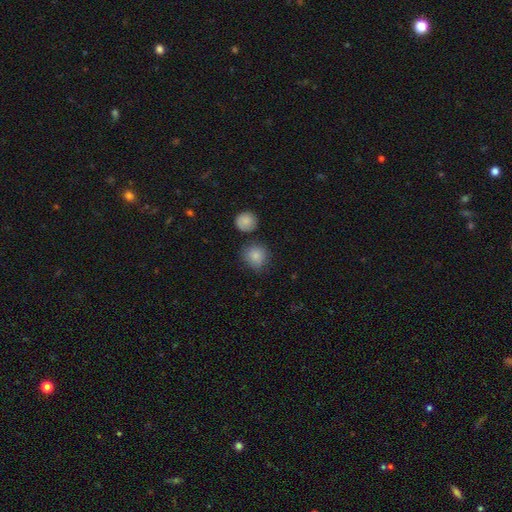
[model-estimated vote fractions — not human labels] This is clearly a smooth galaxy (84%). How rounded: clearly round (88%). Merging: likely none (73%).